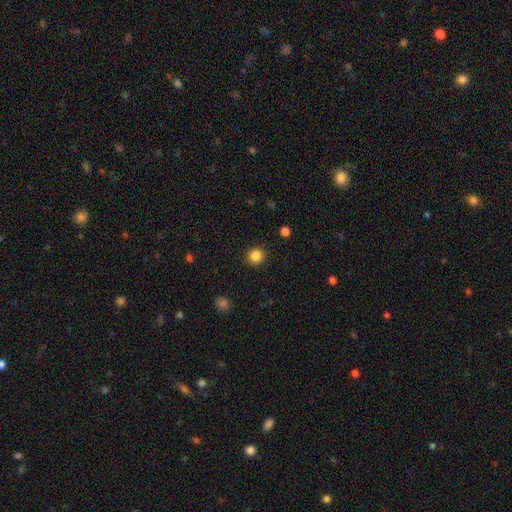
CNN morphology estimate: A smooth galaxy with no disk features (85%) that is round (91%).

Vote fractions:
- Smooth or featured? smooth: 85% / star or artifact: 11% / featured or disk: 4%
- How rounded? round: 91% / in between: 8% / cigar-shaped: 1%
- Merging? none: 92% / minor disturbance: 5% / major disturbance: 2% / merger: 1%